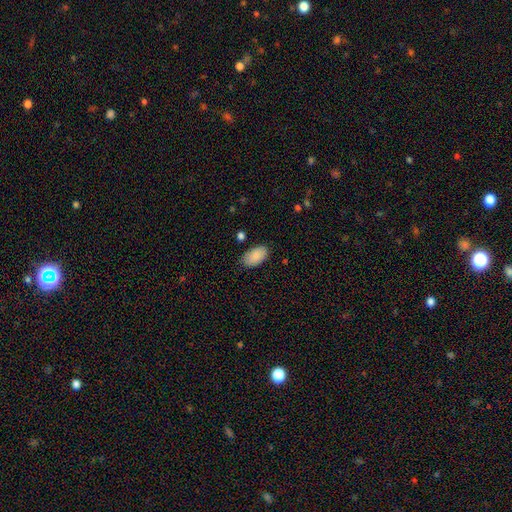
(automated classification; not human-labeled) smooth_or_featured: smooth (p=0.89) [alt: star or artifact p=0.07]
how_rounded: in between (p=0.95) [alt: round p=0.03]
merging: none (p=0.84) [alt: minor disturbance p=0.12]